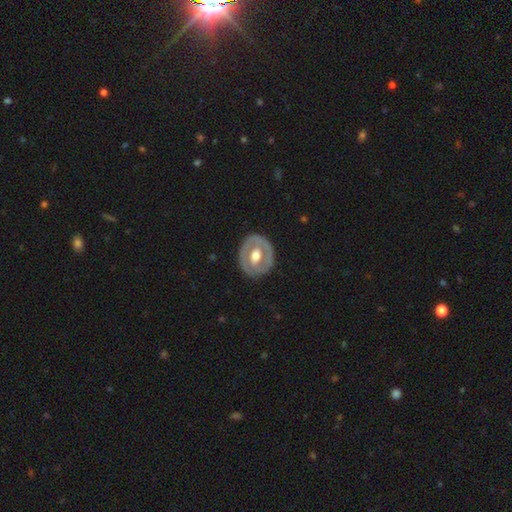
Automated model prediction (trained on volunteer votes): Smooth or featured? Predicted: featured or disk (p=0.61). Edge-on disk? Predicted: no (p=0.94). Bar? Predicted: no (p=0.61). Spiral arms? Predicted: no (p=0.83). Bulge size? Predicted: moderate (p=0.58). Merging? Predicted: none (p=0.81).